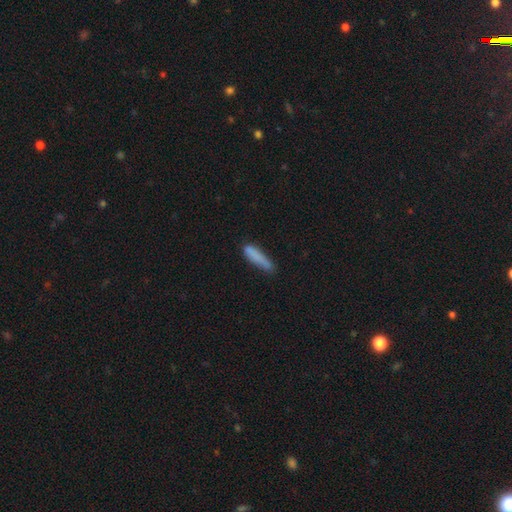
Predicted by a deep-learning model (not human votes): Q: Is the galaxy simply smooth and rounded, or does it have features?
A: smooth — 83%.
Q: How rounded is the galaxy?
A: cigar-shaped — 86%.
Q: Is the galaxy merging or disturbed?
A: none — 70%.